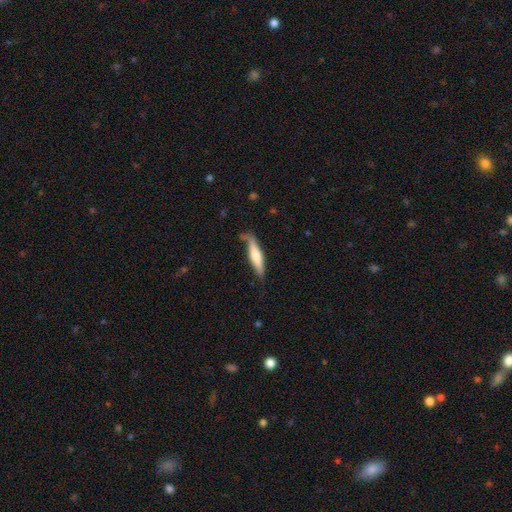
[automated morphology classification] smooth-or-featured: smooth: 59% | featured or disk: 35% | star or artifact: 5%
  how-rounded: cigar-shaped: 82% | in between: 16% | round: 2%
  merging: none: 63% | minor disturbance: 26% | major disturbance: 7% | merger: 4%